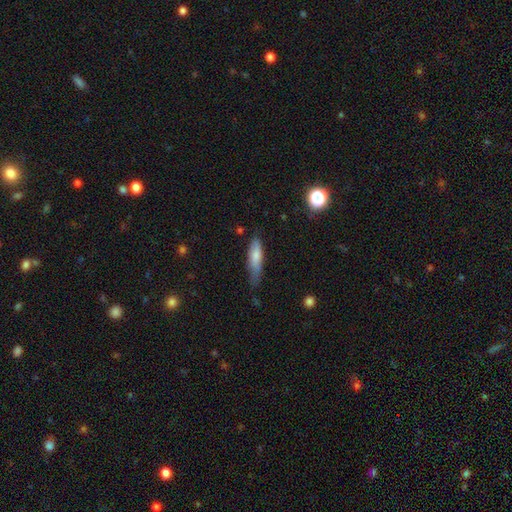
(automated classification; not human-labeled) smooth_or_featured: smooth (p=0.74) [alt: featured or disk p=0.20]
how_rounded: cigar-shaped (p=0.60) [alt: in between p=0.38]
merging: none (p=0.51) [alt: minor disturbance p=0.36]